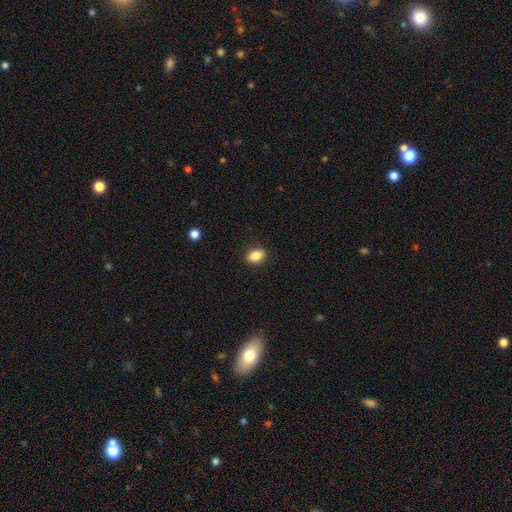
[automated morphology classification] Q: Smooth or featured?
A: smooth (86%); runner-up: star or artifact (9%)
Q: How rounded?
A: in between (81%); runner-up: round (17%)
Q: Merging?
A: none (89%); runner-up: minor disturbance (8%)